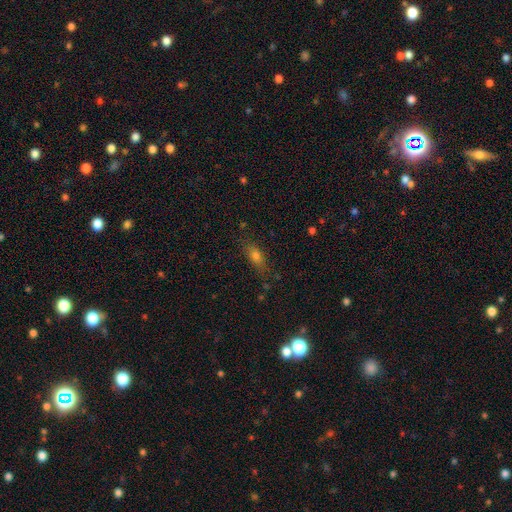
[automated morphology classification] Smooth or featured?
  - smooth: 67% *
  - featured or disk: 17%
  - star or artifact: 16%
How rounded?
  - in between: 64% *
  - cigar-shaped: 27%
  - round: 9%
Merging?
  - none: 76% *
  - minor disturbance: 16%
  - major disturbance: 5%
  - merger: 3%